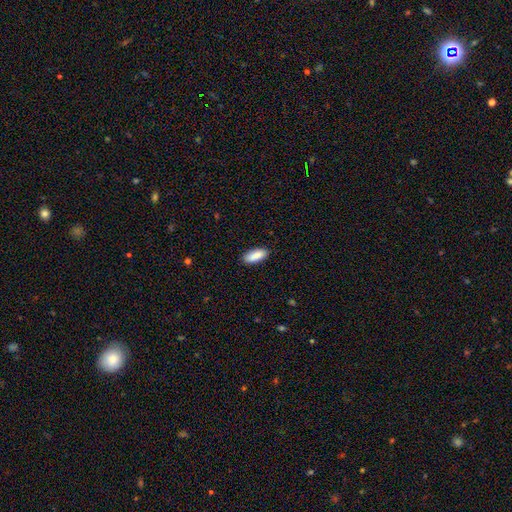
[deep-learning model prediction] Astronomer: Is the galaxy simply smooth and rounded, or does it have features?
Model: smooth — 89%.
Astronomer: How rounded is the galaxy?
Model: in between — 81%.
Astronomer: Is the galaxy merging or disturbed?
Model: none — 88%.